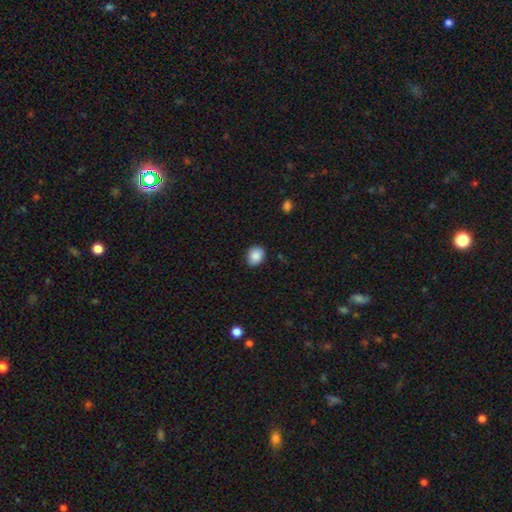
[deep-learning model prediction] Morphology: type=smooth (87%); roundness=round (55%); merging=none (79%).